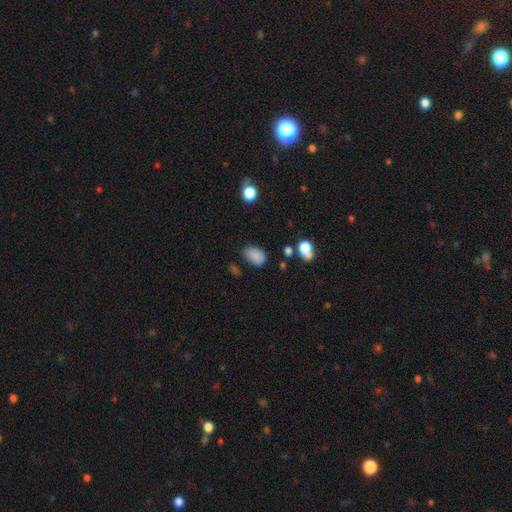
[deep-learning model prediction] Q: Smooth or featured?
A: smooth (85%); runner-up: star or artifact (10%)
Q: How rounded?
A: in between (86%); runner-up: round (13%)
Q: Merging?
A: none (69%); runner-up: minor disturbance (22%)